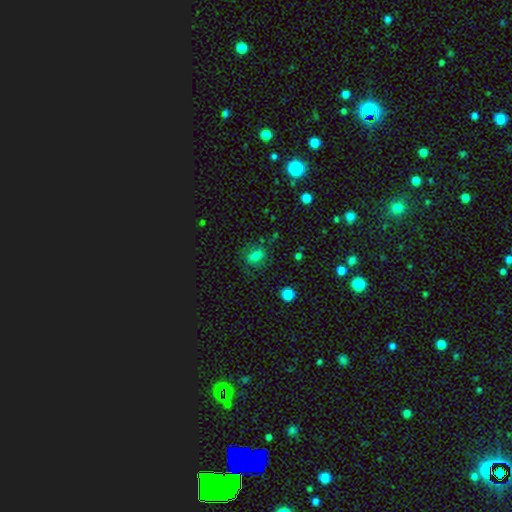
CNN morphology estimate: This appears to be a smooth galaxy with no disk features (70%) that is in between round and cigar-shaped (70%). Merging: none (70%).